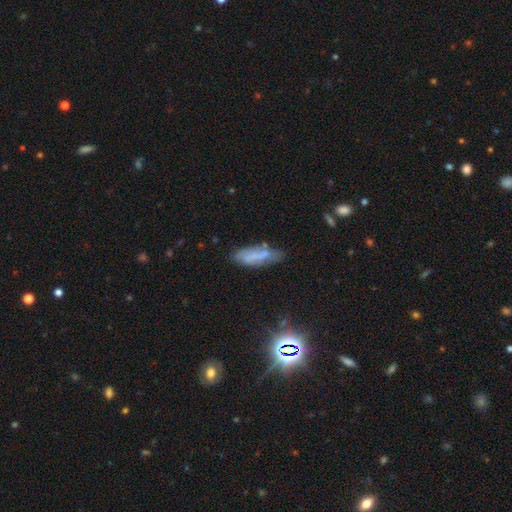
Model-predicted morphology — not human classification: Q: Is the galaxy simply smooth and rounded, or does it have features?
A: smooth — 55%.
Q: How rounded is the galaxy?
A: in between — 51%.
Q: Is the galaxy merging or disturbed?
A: none — 58%.